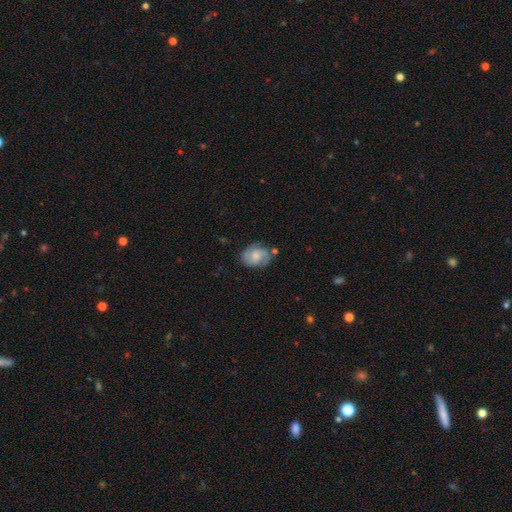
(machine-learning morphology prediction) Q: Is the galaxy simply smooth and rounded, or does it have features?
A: featured or disk — 54%.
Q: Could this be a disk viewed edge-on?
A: no — 97%.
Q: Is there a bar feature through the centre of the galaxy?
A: no — 66%.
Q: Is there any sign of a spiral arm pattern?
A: yes — 86%.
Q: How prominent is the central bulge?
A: moderate — 40%.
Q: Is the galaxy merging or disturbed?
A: none — 62%.